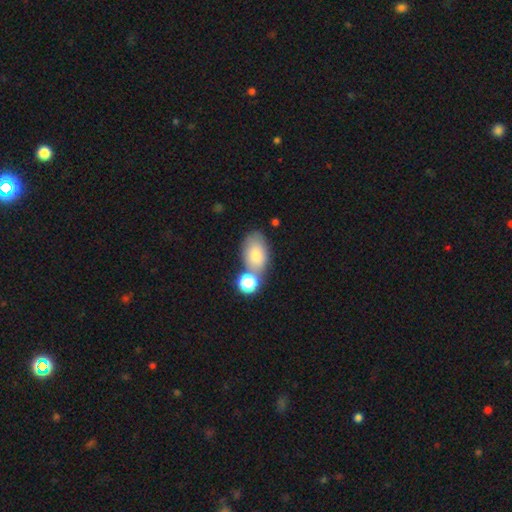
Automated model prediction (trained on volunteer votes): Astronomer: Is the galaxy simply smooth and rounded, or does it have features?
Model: smooth — 76%.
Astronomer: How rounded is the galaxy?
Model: in between — 88%.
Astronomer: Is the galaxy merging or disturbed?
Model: none — 50% (runner-up: merger, 29%).